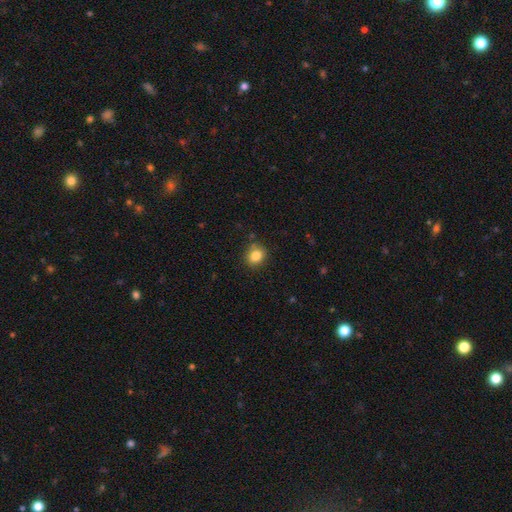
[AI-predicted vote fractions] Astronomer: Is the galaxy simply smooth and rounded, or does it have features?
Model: smooth — 84%.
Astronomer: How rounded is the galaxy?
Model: round — 64%.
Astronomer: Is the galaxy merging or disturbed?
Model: none — 82%.